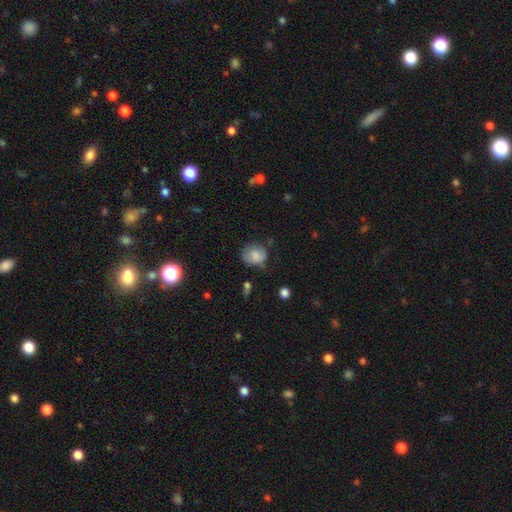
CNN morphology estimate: type=smooth (77%); roundness=round (61%); merging=none (56%).